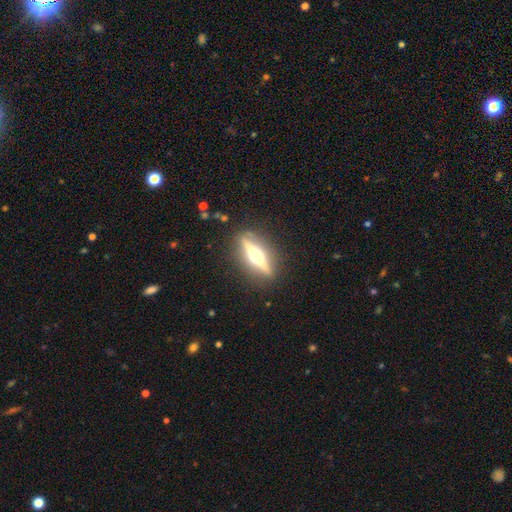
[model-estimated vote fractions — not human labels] Morphology: type=featured or disk (76%); edge-on=yes (95%); edge-on bulge=rounded (94%); merging=none (88%).